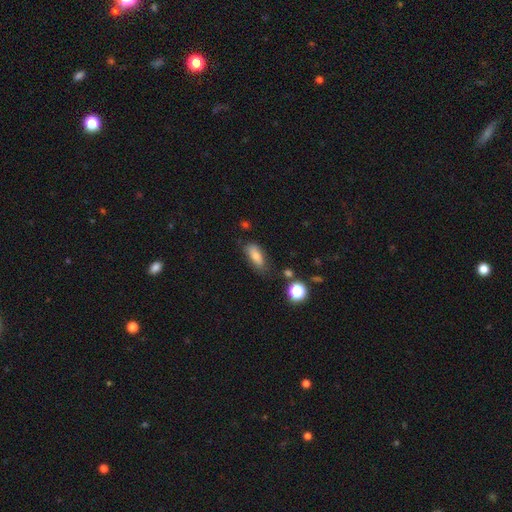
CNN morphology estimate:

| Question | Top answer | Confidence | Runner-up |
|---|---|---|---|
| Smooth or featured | smooth | 75% | featured or disk (15%) |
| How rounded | in between | 77% | cigar-shaped (19%) |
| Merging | none | 67% | minor disturbance (23%) |